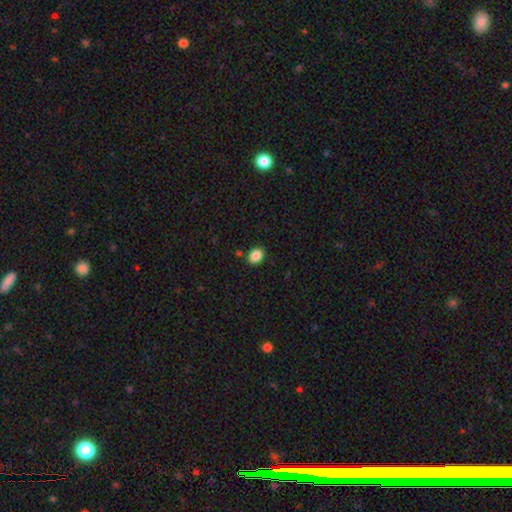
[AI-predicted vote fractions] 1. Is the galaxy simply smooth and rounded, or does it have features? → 87% smooth, 9% star or artifact, 4% featured or disk.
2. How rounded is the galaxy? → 64% in between, 35% round, 1% cigar-shaped.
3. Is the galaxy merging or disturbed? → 85% none, 9% minor disturbance, 4% merger, 2% major disturbance.